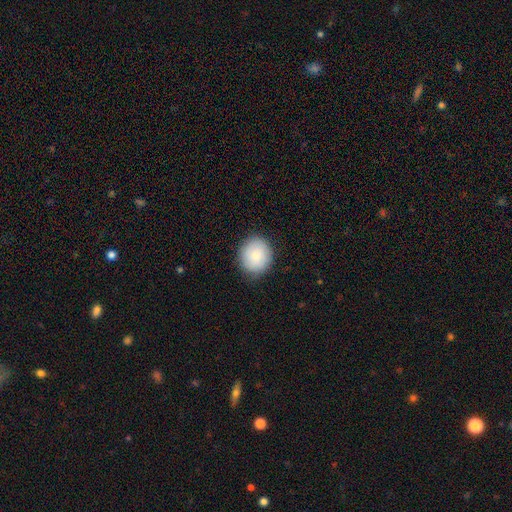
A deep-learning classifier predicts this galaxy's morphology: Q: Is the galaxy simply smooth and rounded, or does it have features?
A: smooth — 84%.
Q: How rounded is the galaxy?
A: round — 78%.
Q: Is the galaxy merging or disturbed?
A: none — 86%.